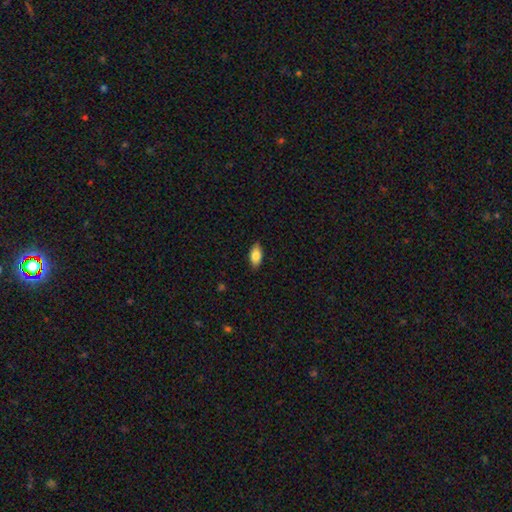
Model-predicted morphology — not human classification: Smooth or featured: smooth — 83% (featured or disk — 10%)
How rounded: in between — 91% (cigar-shaped — 5%)
Merging: none — 86% (minor disturbance — 11%)